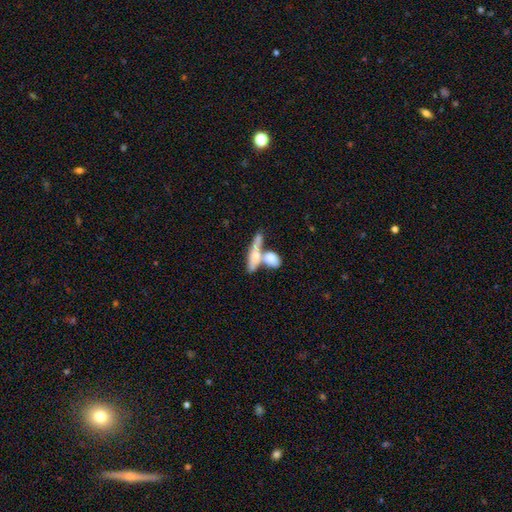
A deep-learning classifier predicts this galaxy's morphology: smooth-or-featured: smooth: 51% | featured or disk: 42% | star or artifact: 7%
  how-rounded: cigar-shaped: 60% | in between: 34% | round: 6%
  merging: merger: 47% | none: 36% | minor disturbance: 11% | major disturbance: 6%